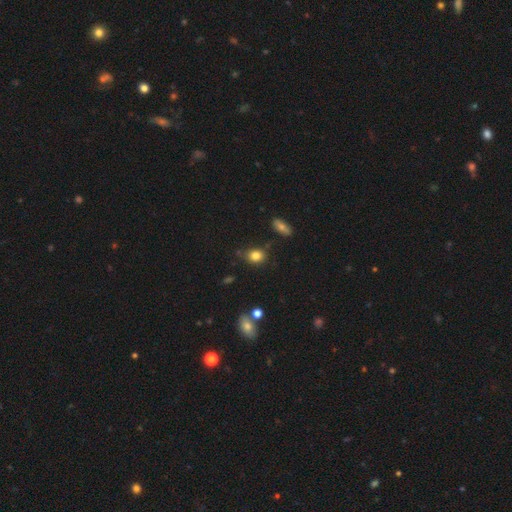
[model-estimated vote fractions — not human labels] Smooth or featured? Predicted: smooth (p=0.82). How rounded? Predicted: round (p=0.50). Merging? Predicted: none (p=0.72).